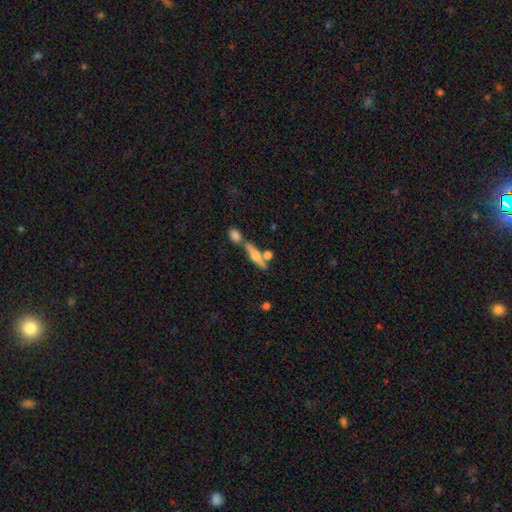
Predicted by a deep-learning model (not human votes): A featured or disk galaxy (62%) viewed edge-on (93%) with a rounded central bulge (92%). Merging: none (60%).